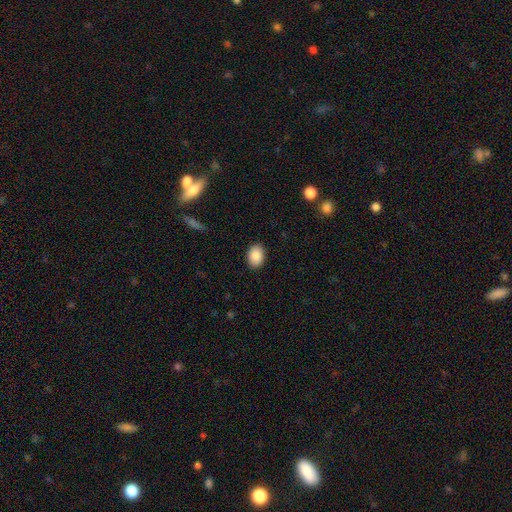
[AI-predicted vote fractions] Overall: smooth (89%). How rounded: in between (79%). Merging: none (89%).